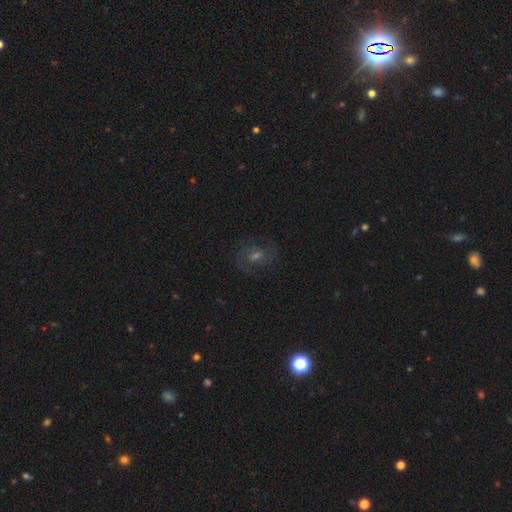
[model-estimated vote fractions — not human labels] A featured or disk galaxy (59%) with a weak bar (47%), 2 (72%) medium (51%) spiral arms (89%) and a moderate central bulge (51%). Merging: none (79%).